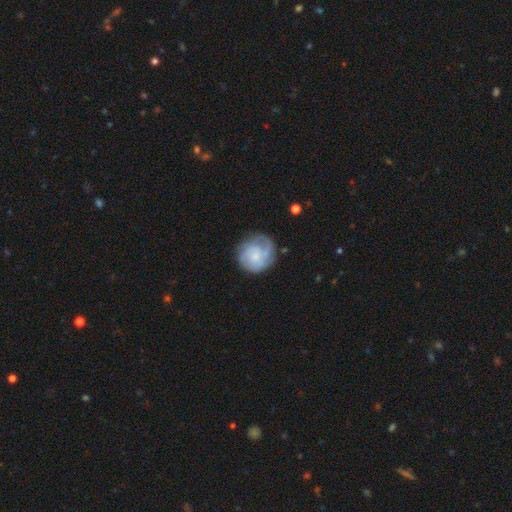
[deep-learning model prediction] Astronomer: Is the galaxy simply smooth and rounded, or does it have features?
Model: featured or disk — 57% (runner-up: smooth, 37%).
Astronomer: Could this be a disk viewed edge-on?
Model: no — 98%.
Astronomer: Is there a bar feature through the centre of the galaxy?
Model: no — 76%.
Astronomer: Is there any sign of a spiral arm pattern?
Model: yes — 82%.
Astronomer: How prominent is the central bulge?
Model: small — 46% (runner-up: moderate, 25%).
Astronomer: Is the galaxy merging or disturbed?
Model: none — 63%.